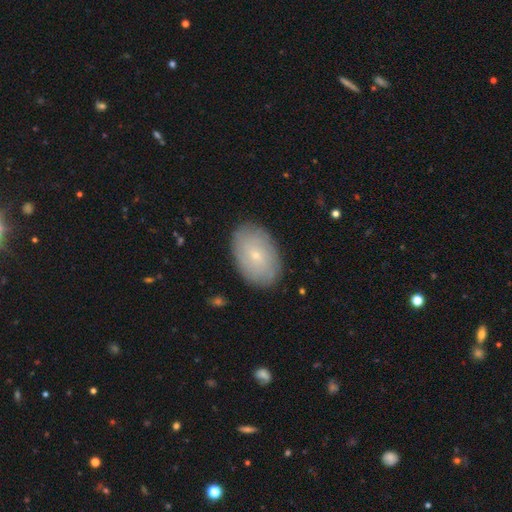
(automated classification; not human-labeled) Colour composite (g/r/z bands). It shows a smooth galaxy with no disk features (56%) that is in between round and cigar-shaped (88%). Merging: none (86%).